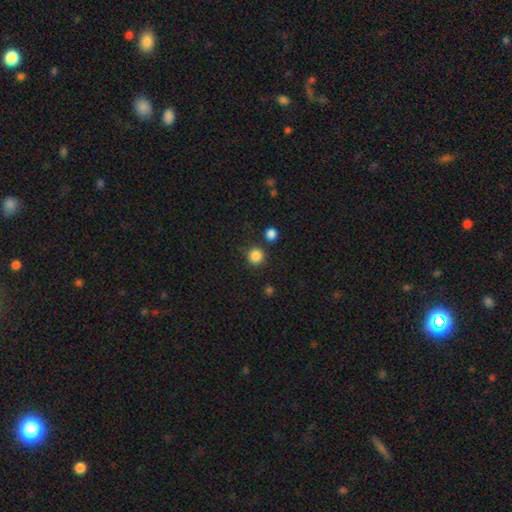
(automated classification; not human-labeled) The model was most divided on "smooth or featured": smooth: 85%, star or artifact: 12%, featured or disk: 3%. More confident: how rounded — round (94%); merging — none (85%).